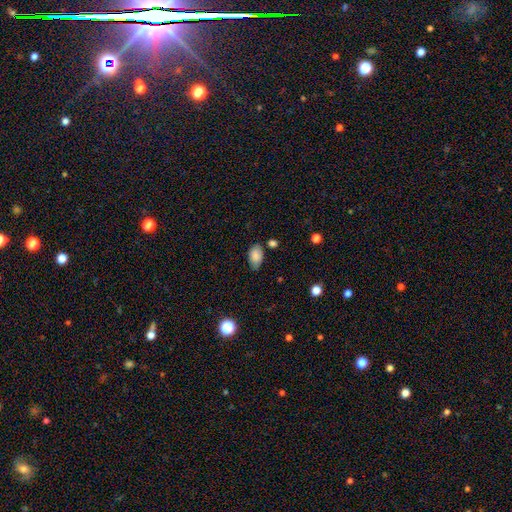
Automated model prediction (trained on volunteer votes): This appears to be a smooth galaxy with no disk features (84%) that is in between round and cigar-shaped (92%). Merging: none (70%).